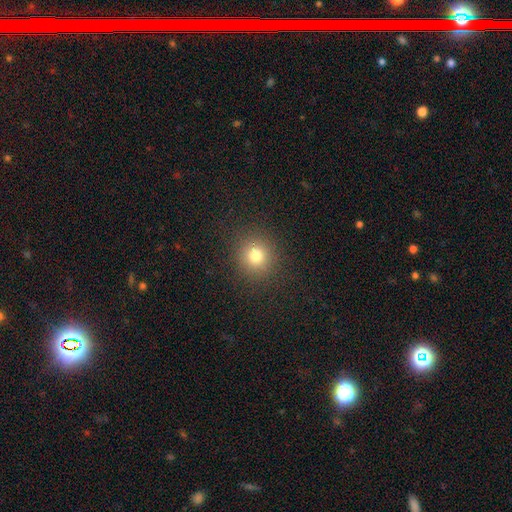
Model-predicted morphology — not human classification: smooth 77%, star or artifact 16%, featured or disk 8%. Down the decision tree: how rounded — round (91%); merging — none (90%).